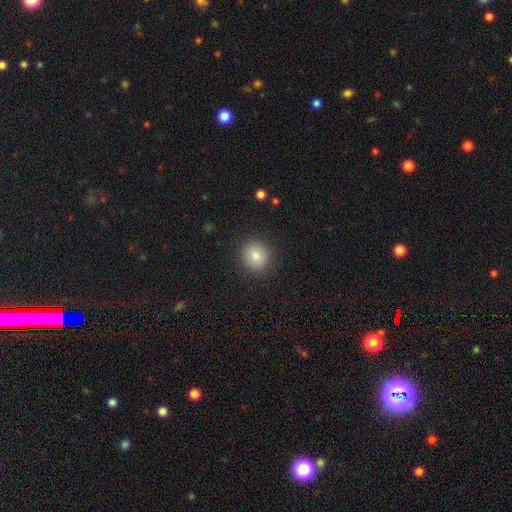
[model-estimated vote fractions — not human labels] Overall: smooth (81%). How rounded: round (90%). Merging: none (91%).